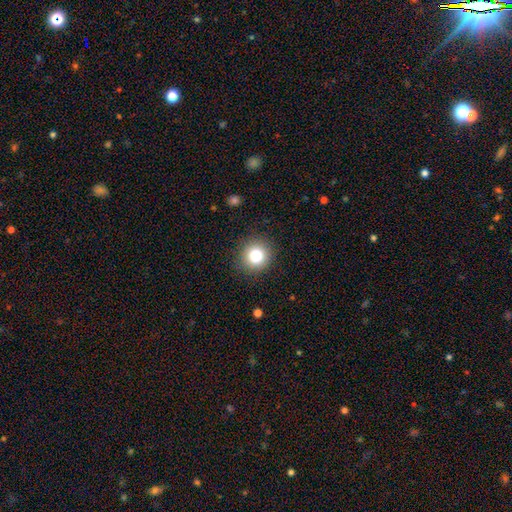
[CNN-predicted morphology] A smooth galaxy with no disk features (81%) that is round (91%).

Vote fractions:
- Smooth or featured? smooth: 81% / star or artifact: 11% / featured or disk: 7%
- How rounded? round: 91% / in between: 8% / cigar-shaped: 1%
- Merging? none: 89% / minor disturbance: 7% / major disturbance: 3% / merger: 1%